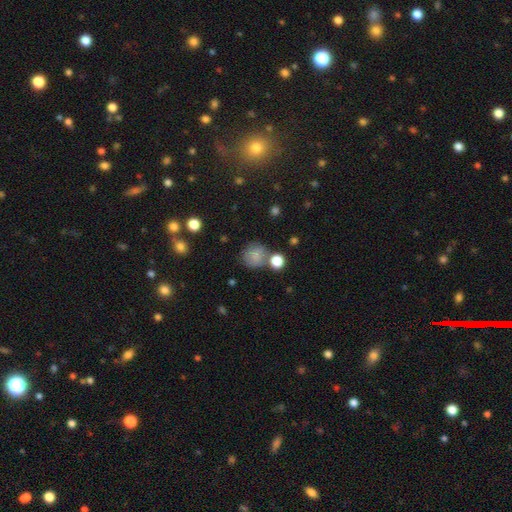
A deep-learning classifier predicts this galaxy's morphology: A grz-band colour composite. It shows a smooth galaxy with no disk features (81%) that is round (87%). Merging: none (65%).